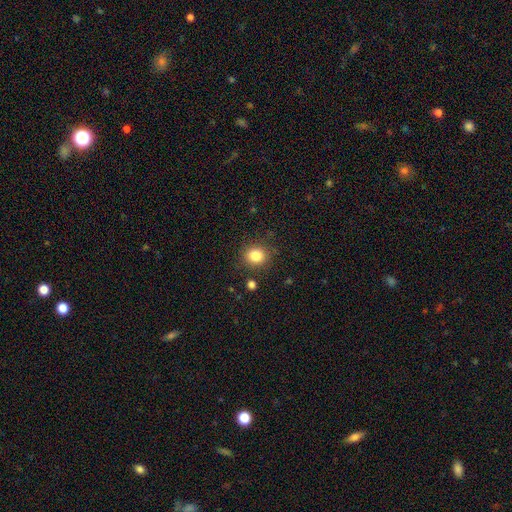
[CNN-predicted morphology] A smooth galaxy with no disk features (83%) that is round (77%). Merging: none (85%).